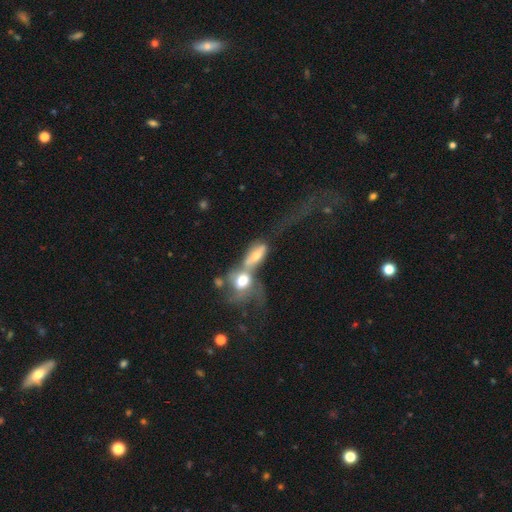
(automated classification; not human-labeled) smooth 50%, featured or disk 40%, star or artifact 10%. Down the decision tree: how rounded — in between (71%); merging — merger (77%).